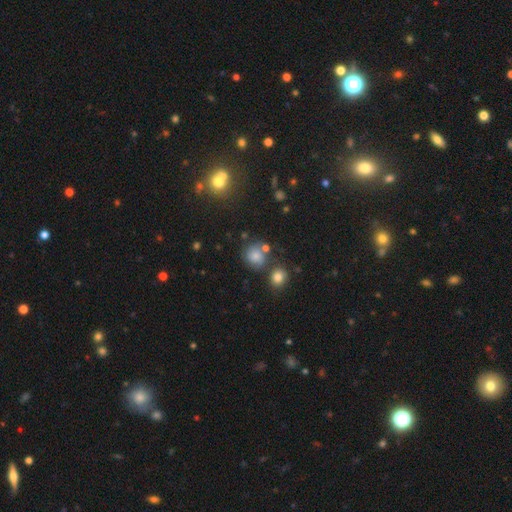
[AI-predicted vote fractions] Smooth or featured?
  - smooth: 72% *
  - star or artifact: 15%
  - featured or disk: 13%
How rounded?
  - round: 83% *
  - in between: 16%
  - cigar-shaped: 1%
Merging?
  - none: 64% *
  - minor disturbance: 16%
  - merger: 13%
  - major disturbance: 6%